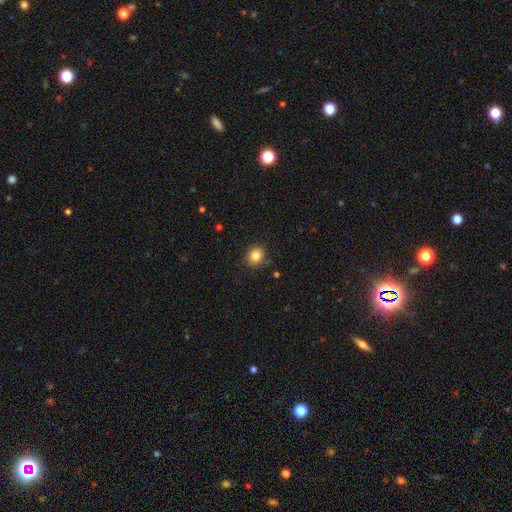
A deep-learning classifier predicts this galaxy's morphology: This is clearly a smooth galaxy (83%). How rounded: likely round (64%). Merging: clearly none (87%).